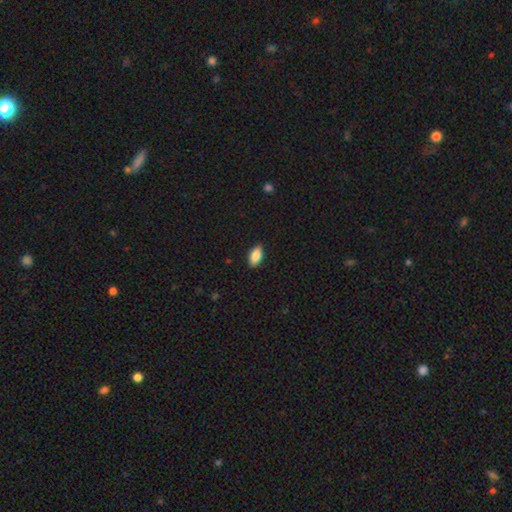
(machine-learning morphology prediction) The model was most divided on "smooth or featured": smooth: 84%, featured or disk: 9%, star or artifact: 7%. More confident: how rounded — in between (89%); merging — none (88%).